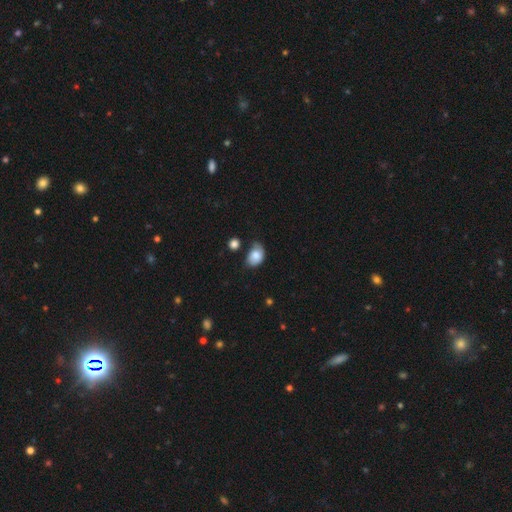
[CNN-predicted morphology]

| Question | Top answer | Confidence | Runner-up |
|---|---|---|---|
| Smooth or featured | smooth | 82% | featured or disk (11%) |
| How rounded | in between | 71% | round (28%) |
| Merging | minor disturbance | 39% | none (38%) |